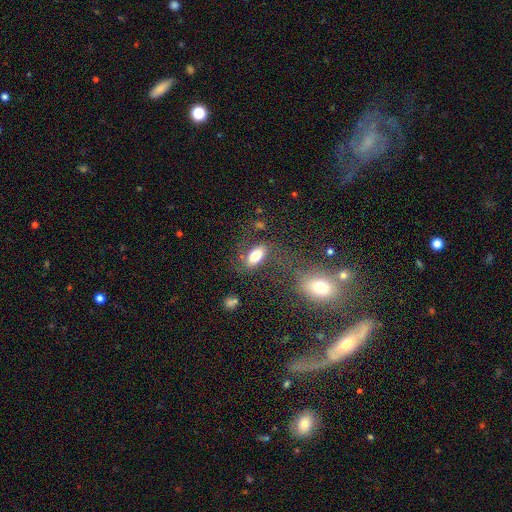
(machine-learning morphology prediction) A smooth galaxy with no disk features (76%) that is in between round and cigar-shaped (89%).

Vote fractions:
- Smooth or featured? smooth: 76% / featured or disk: 16% / star or artifact: 9%
- How rounded? in between: 89% / cigar-shaped: 6% / round: 5%
- Merging? none: 67% / minor disturbance: 17% / major disturbance: 9% / merger: 7%